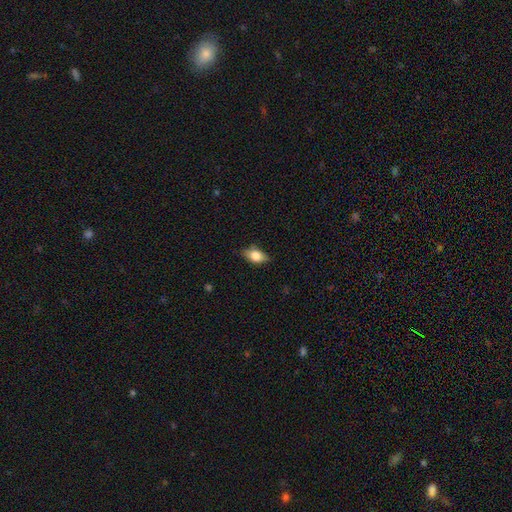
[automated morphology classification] smooth_or_featured: smooth (p=0.73) [alt: featured or disk p=0.19]
how_rounded: in between (p=0.85) [alt: round p=0.09]
merging: none (p=0.78) [alt: minor disturbance p=0.17]